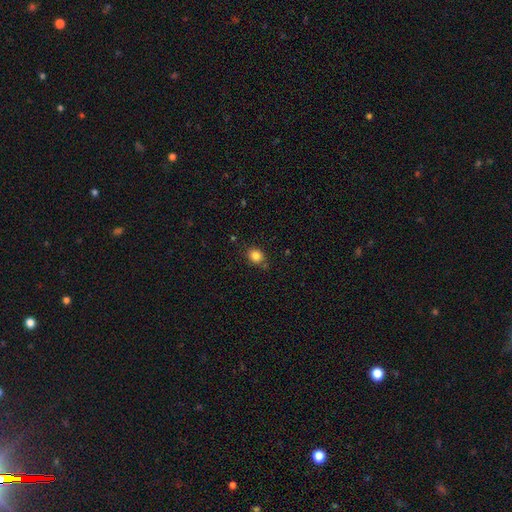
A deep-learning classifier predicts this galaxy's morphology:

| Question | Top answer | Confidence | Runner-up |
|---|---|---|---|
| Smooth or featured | smooth | 84% | star or artifact (11%) |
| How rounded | round | 66% | in between (33%) |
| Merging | none | 79% | minor disturbance (14%) |